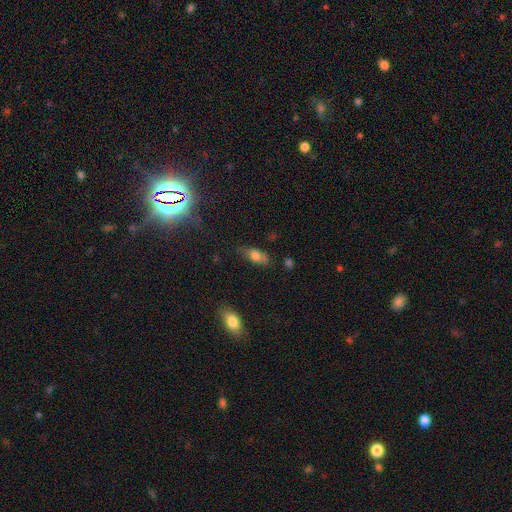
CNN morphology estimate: smooth 69%, featured or disk 21%, star or artifact 11%. Down the decision tree: how rounded — in between (76%); merging — none (63%).